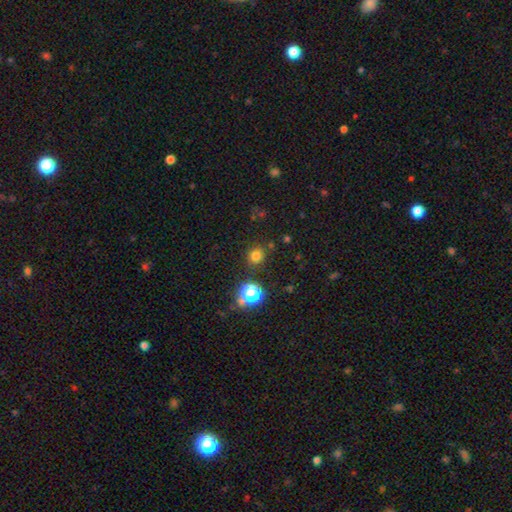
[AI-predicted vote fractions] The model was most divided on "smooth or featured": smooth: 74%, star or artifact: 21%, featured or disk: 5%. More confident: how rounded — round (87%); merging — none (84%).